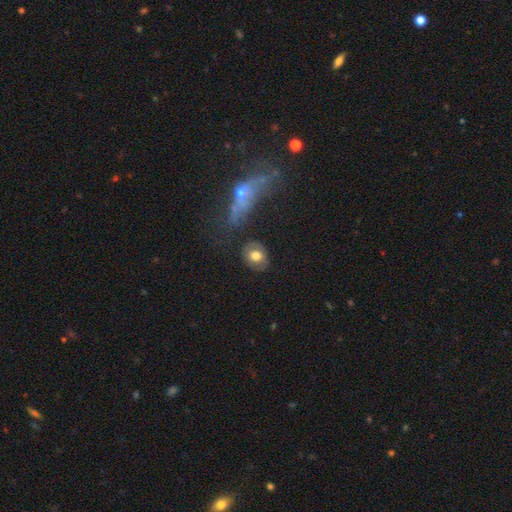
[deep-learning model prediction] Overall: smooth (66%). How rounded: round (57%; in between 42%). Merging: none (77%).